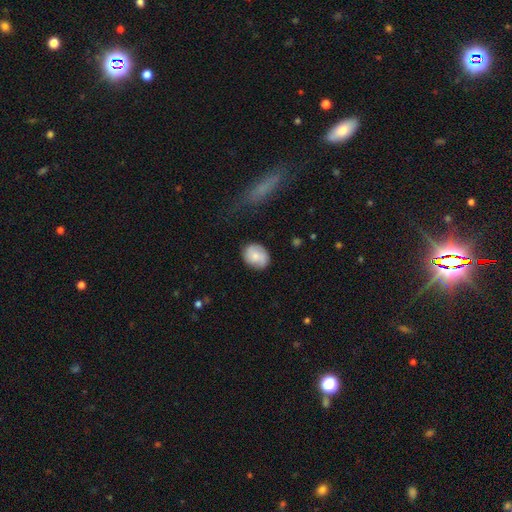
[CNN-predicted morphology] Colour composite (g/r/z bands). It shows a smooth galaxy with no disk features (69%) that is round (53%). Merging: none (75%).